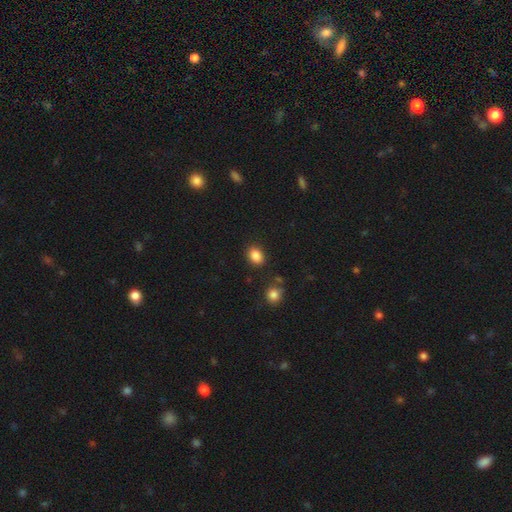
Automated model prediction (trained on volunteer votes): smooth_or_featured: smooth (p=0.87) [alt: star or artifact p=0.09]
how_rounded: in between (p=0.69) [alt: round p=0.30]
merging: none (p=0.85) [alt: minor disturbance p=0.09]